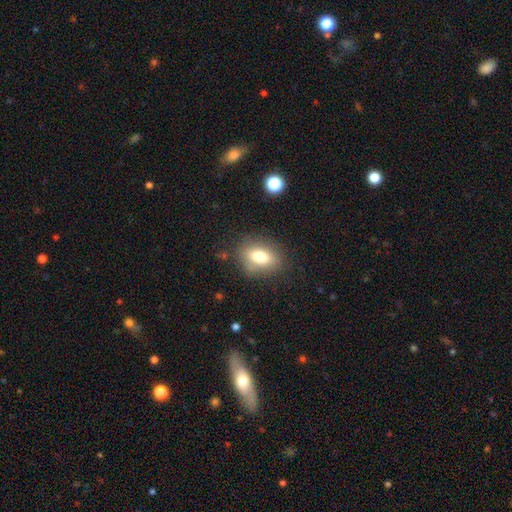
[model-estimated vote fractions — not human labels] This appears to be a smooth galaxy with no disk features (77%) that is in between round and cigar-shaped (77%). Merging: none (82%).